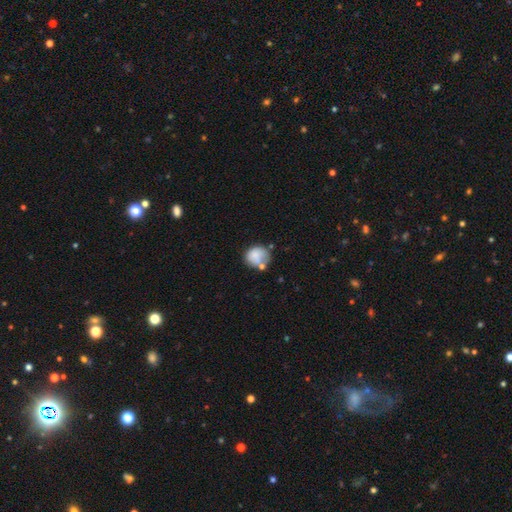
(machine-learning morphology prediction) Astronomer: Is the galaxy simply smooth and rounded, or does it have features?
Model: smooth — 78%.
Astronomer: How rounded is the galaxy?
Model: round — 77%.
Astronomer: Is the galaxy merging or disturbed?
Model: none — 49%.